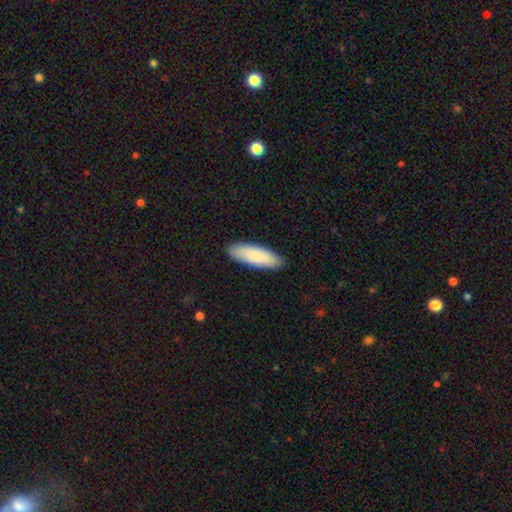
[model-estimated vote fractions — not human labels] smooth_or_featured: smooth (p=0.87) [alt: featured or disk p=0.08]
how_rounded: in between (p=0.58) [alt: cigar-shaped p=0.41]
merging: none (p=0.89) [alt: minor disturbance p=0.08]